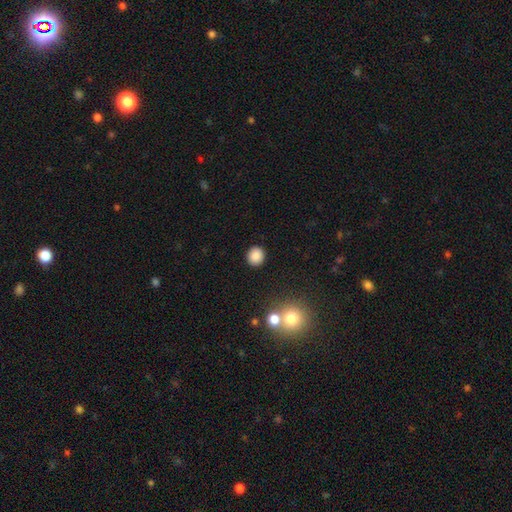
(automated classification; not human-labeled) smooth_or_featured: smooth (p=0.86) [alt: star or artifact p=0.10]
how_rounded: round (p=0.87) [alt: in between p=0.12]
merging: none (p=0.90) [alt: minor disturbance p=0.06]